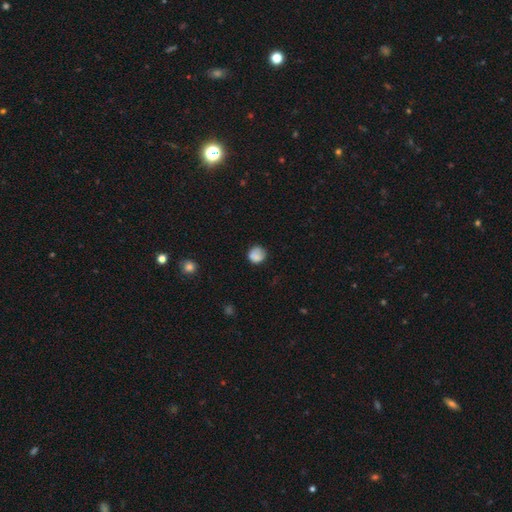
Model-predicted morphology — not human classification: The model was most divided on "merging": none: 67%, minor disturbance: 22%, major disturbance: 7%, merger: 3%. More confident: how rounded — round (85%); smooth or featured — smooth (79%).